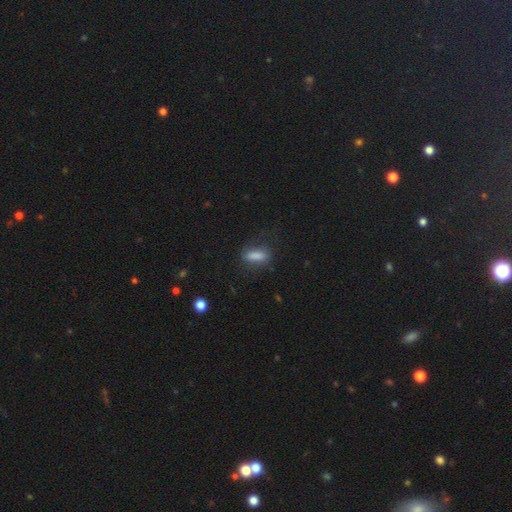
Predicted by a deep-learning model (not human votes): This appears to be a smooth galaxy with no disk features (76%) that is in between round and cigar-shaped (54%). Merging: none (71%).